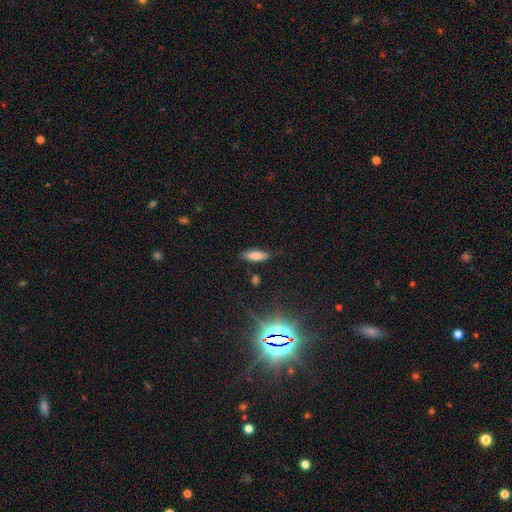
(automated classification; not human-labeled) This is likely a smooth galaxy (78%). How rounded: likely in between (62%). Merging: likely none (75%).